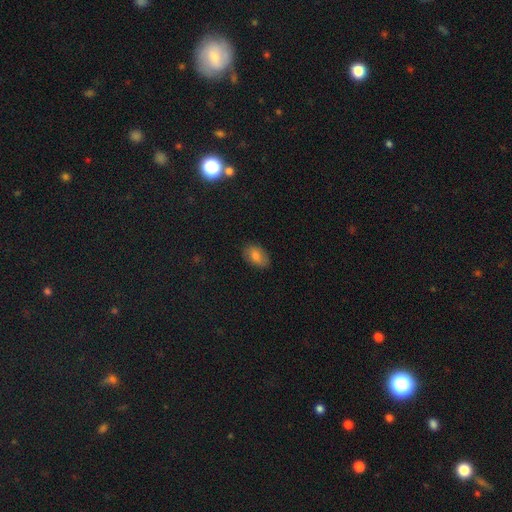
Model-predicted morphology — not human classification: This appears to be a smooth galaxy with no disk features (78%) that is in between round and cigar-shaped (89%). Merging: none (83%).